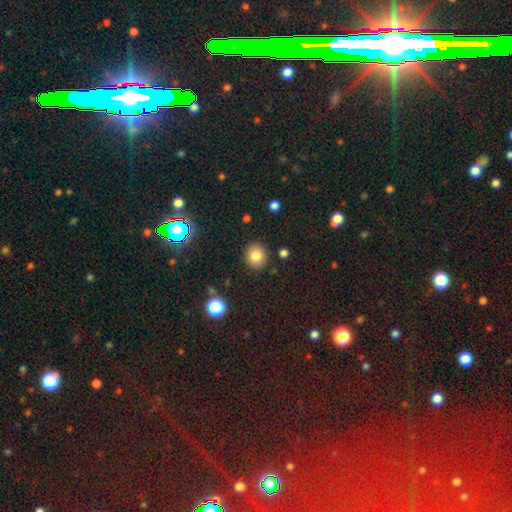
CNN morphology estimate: Overall: smooth (81%). How rounded: round (86%). Merging: none (89%).